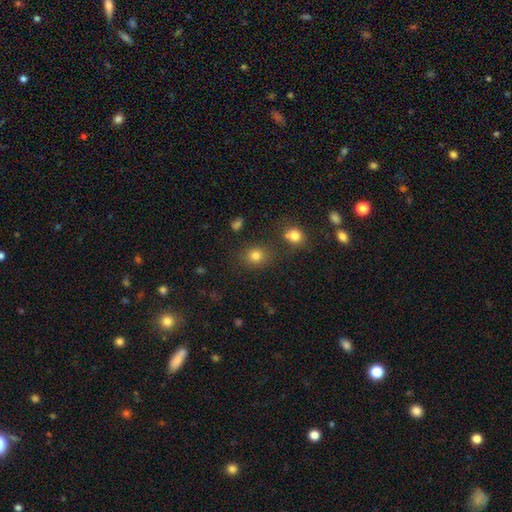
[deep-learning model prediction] Smooth or featured?
  - smooth: 80% *
  - star or artifact: 14%
  - featured or disk: 6%
How rounded?
  - round: 71% *
  - in between: 28%
  - cigar-shaped: 1%
Merging?
  - none: 78% *
  - minor disturbance: 10%
  - merger: 8%
  - major disturbance: 4%